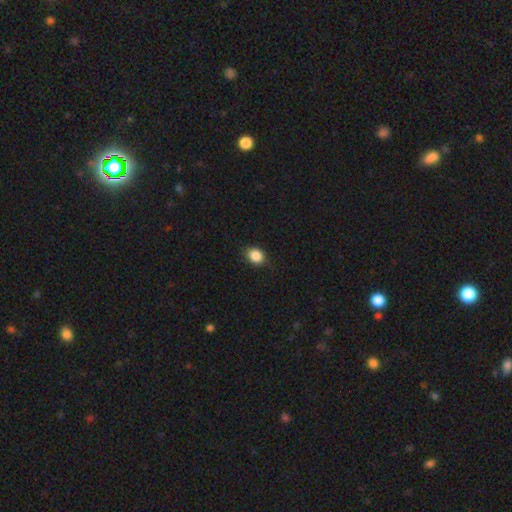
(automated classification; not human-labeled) This appears to be a smooth galaxy with no disk features (87%) that is in between round and cigar-shaped (54%). Merging: none (85%).